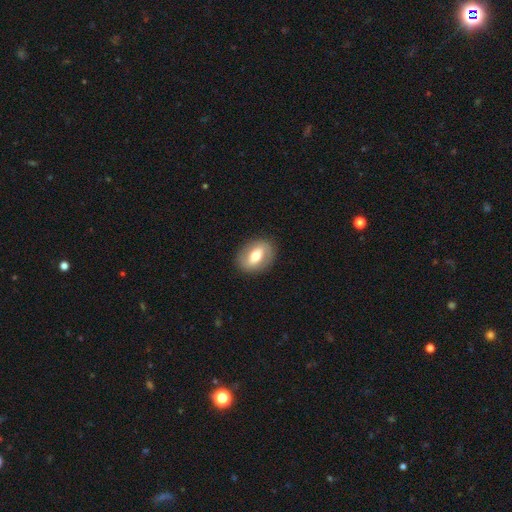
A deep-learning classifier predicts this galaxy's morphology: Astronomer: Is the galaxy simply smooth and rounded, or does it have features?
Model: smooth — 47% (runner-up: featured or disk, 46%).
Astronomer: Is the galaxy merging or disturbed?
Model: none — 86%.